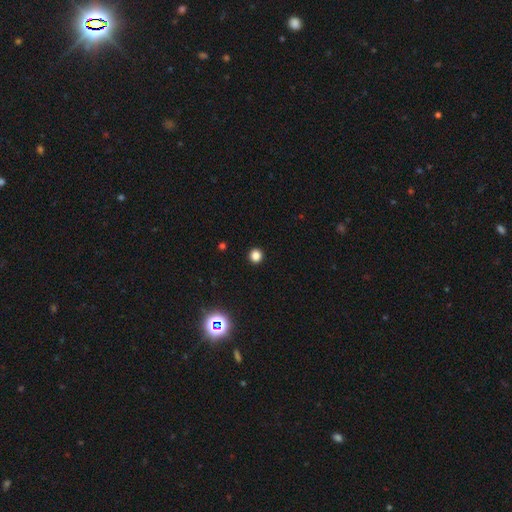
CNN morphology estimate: Q: Smooth or featured?
A: smooth (83%); runner-up: star or artifact (14%)
Q: How rounded?
A: round (95%); runner-up: in between (4%)
Q: Merging?
A: none (94%); runner-up: minor disturbance (4%)